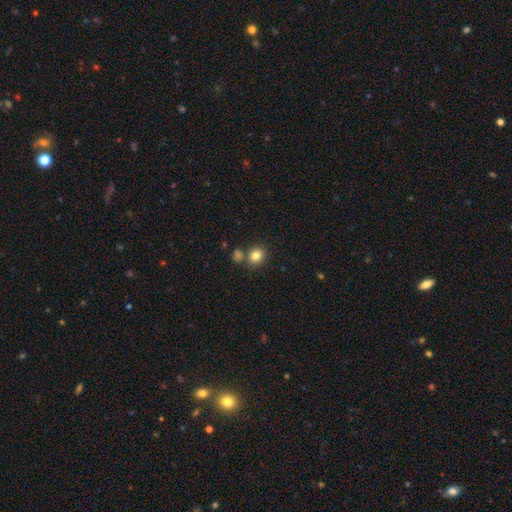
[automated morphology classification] The model was most divided on "how rounded": round: 75%, in between: 24%, cigar-shaped: 1%. More confident: smooth or featured — smooth (82%); merging — none (72%).